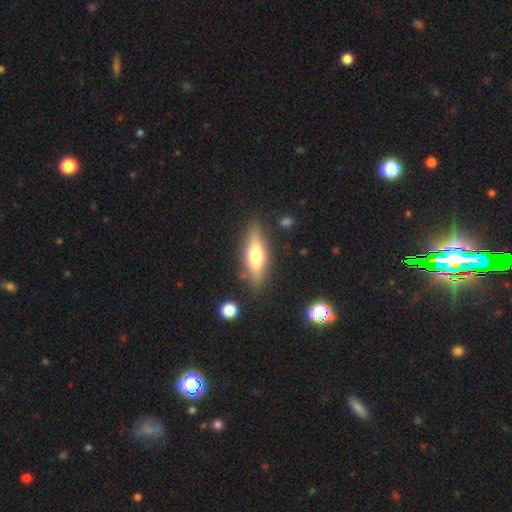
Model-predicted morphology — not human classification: This appears to be a smooth galaxy with no disk features (51%) that is cigar-shaped (55%). Merging: none (82%).